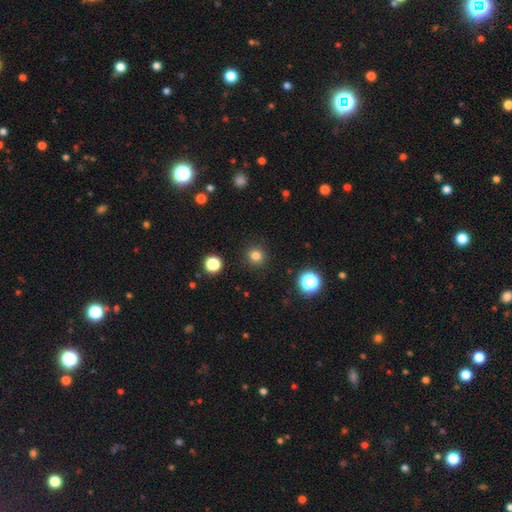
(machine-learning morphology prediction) A smooth galaxy with no disk features (80%) that is round (94%). Merging: none (92%).